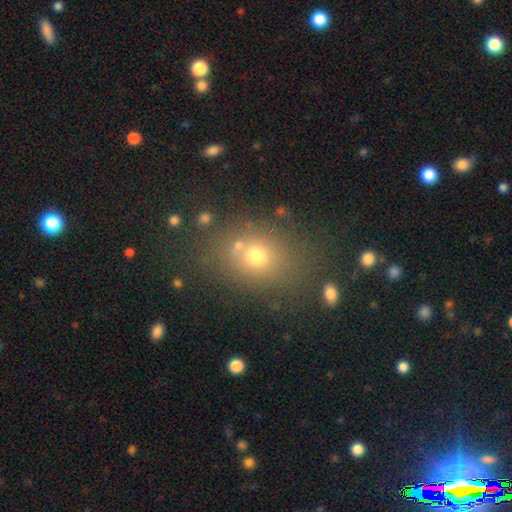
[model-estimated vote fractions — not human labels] Q: Smooth or featured?
A: smooth (68%); runner-up: star or artifact (19%)
Q: How rounded?
A: round (50%); runner-up: in between (49%)
Q: Merging?
A: none (72%); runner-up: minor disturbance (12%)